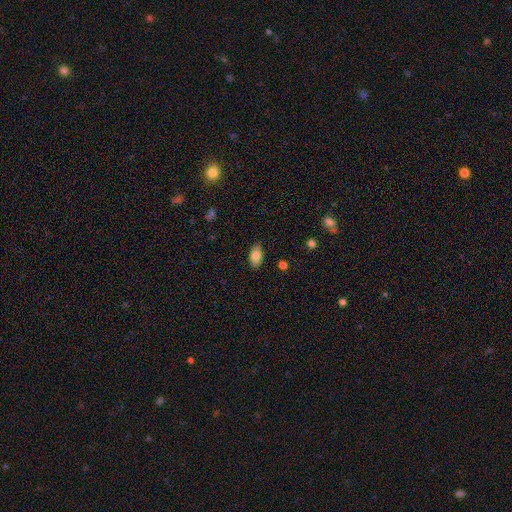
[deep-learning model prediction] Morphology: type=smooth (83%); roundness=in between (92%); merging=none (85%).